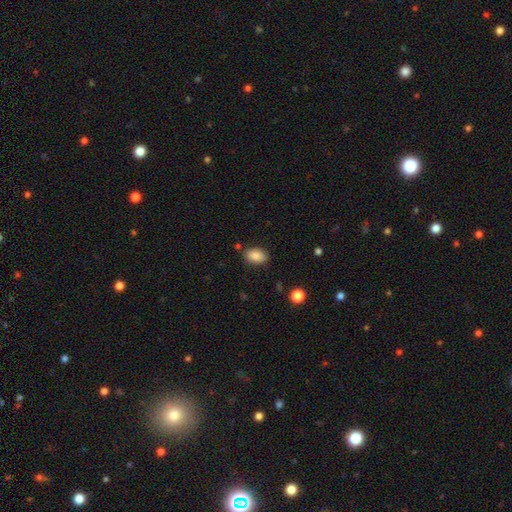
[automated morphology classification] Smooth or featured?
  - smooth: 84% *
  - star or artifact: 8%
  - featured or disk: 7%
How rounded?
  - in between: 84% *
  - round: 14%
  - cigar-shaped: 1%
Merging?
  - none: 83% *
  - minor disturbance: 12%
  - merger: 3%
  - major disturbance: 3%